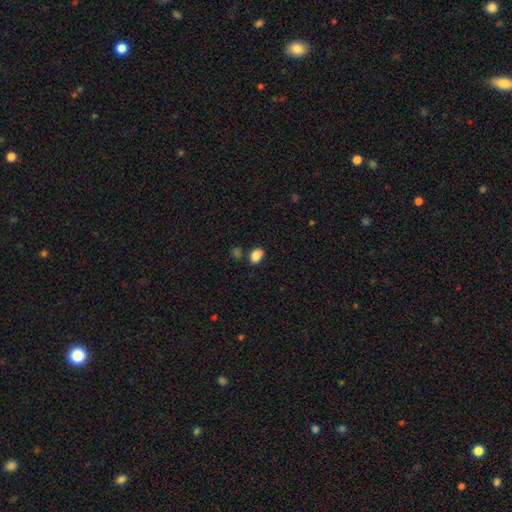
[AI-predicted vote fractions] smooth 85%, star or artifact 10%, featured or disk 5%. Down the decision tree: how rounded — in between (78%); merging — none (64%).